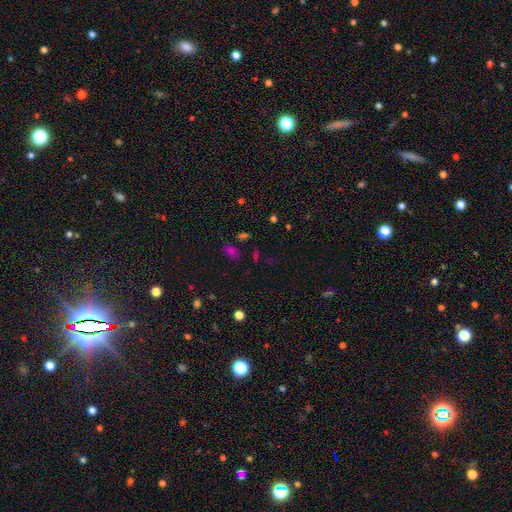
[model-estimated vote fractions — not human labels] Smooth or featured? Predicted: smooth (p=0.49). Merging? Predicted: none (p=0.72).